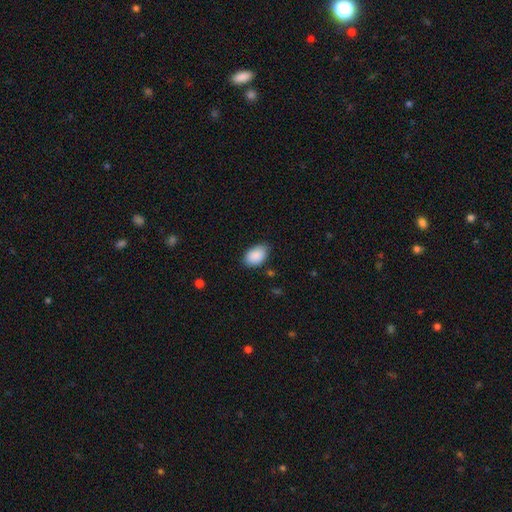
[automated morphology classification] Smooth or featured? smooth (90%)
How rounded? in between (90%)
Merging? none (79%)